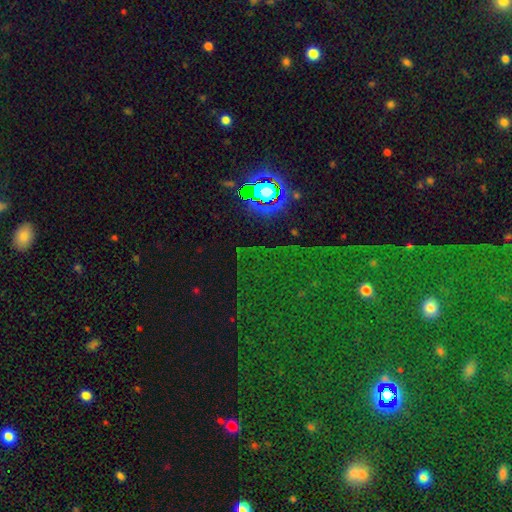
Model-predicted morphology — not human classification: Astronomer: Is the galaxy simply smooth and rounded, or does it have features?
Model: star or artifact — 80%.